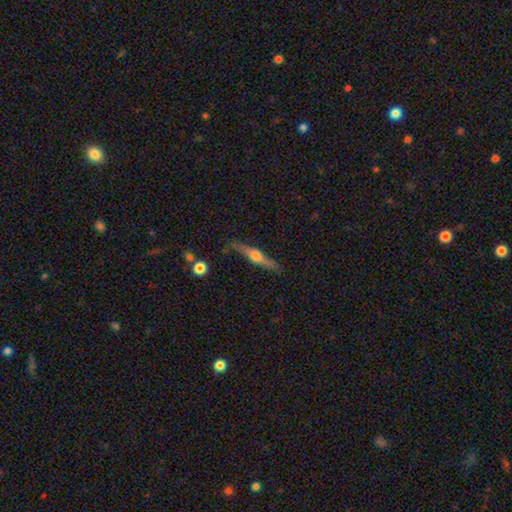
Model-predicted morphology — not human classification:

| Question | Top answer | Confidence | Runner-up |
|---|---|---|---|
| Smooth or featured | featured or disk | 69% | smooth (25%) |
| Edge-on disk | yes | 96% | no (4%) |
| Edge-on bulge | rounded | 92% | boxy (5%) |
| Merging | none | 83% | minor disturbance (12%) |